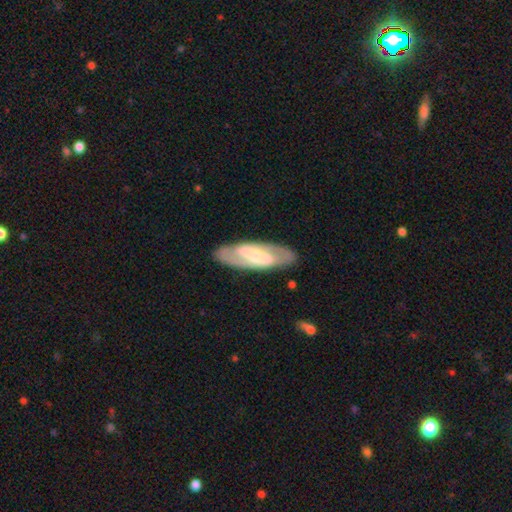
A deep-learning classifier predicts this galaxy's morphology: Q: Smooth or featured?
A: featured or disk (71%); runner-up: smooth (25%)
Q: Edge-on disk?
A: no (86%); runner-up: yes (14%)
Q: Bar?
A: strong (53%); runner-up: weak (31%)
Q: Spiral arms?
A: yes (73%); runner-up: no (27%)
Q: Bulge size?
A: small (45%); runner-up: moderate (38%)
Q: Merging?
A: none (85%); runner-up: minor disturbance (10%)